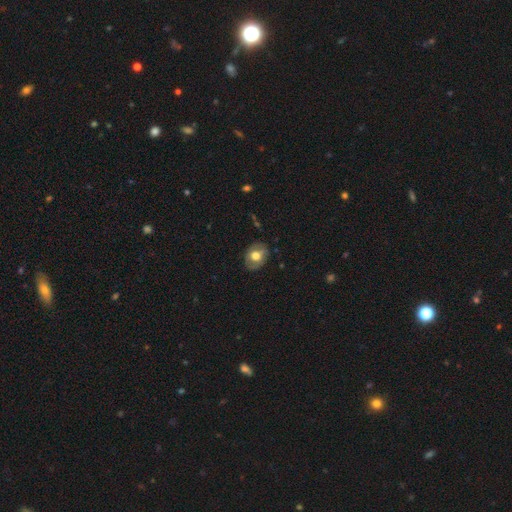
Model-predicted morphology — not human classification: Smooth or featured: smooth — 58% (featured or disk — 35%)
How rounded: in between — 57% (round — 42%)
Merging: none — 81% (minor disturbance — 15%)